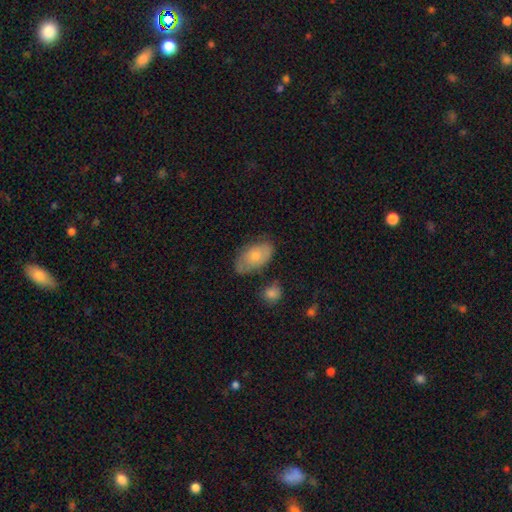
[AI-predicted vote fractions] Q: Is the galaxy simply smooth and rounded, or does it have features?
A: smooth — 68%.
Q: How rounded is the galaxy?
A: in between — 93%.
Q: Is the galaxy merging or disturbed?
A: none — 65%.